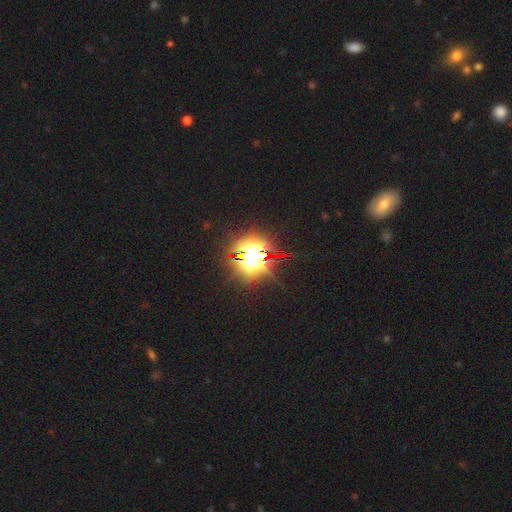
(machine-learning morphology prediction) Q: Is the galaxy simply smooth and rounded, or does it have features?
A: star or artifact — 72%.